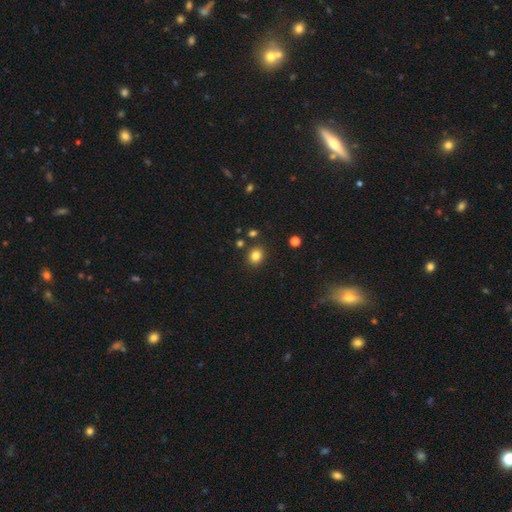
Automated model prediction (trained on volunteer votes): This is clearly a smooth galaxy (82%). How rounded: likely round (68%). Merging: clearly none (85%).